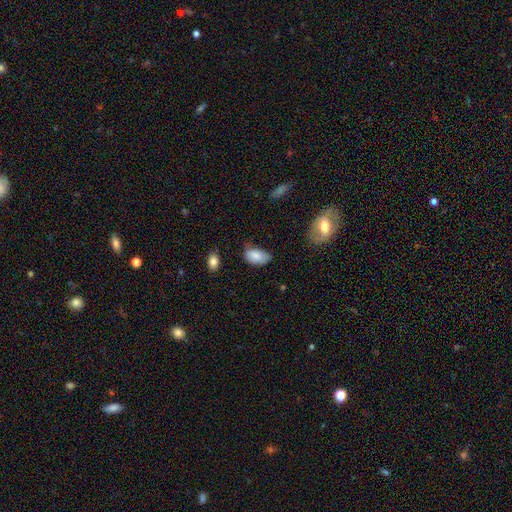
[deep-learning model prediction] A smooth galaxy with no disk features (84%) that is in between round and cigar-shaped (94%).

Vote fractions:
- Smooth or featured? smooth: 84% / featured or disk: 9% / star or artifact: 7%
- How rounded? in between: 94% / round: 4% / cigar-shaped: 2%
- Merging? none: 55% / minor disturbance: 35% / major disturbance: 8% / merger: 2%